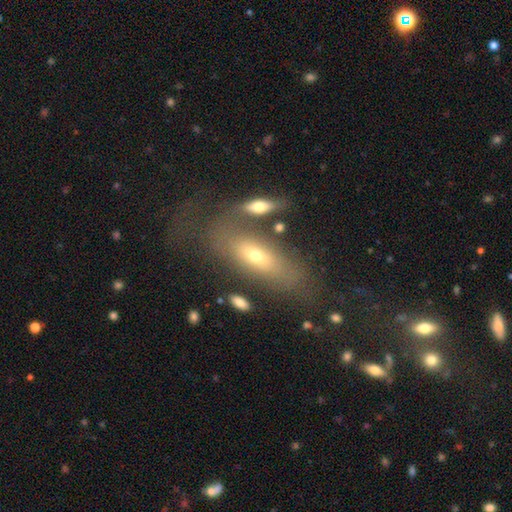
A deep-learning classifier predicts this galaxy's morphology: smooth 55%, featured or disk 35%, star or artifact 10%. Down the decision tree: how rounded — in between (74%); merging — none (47%).